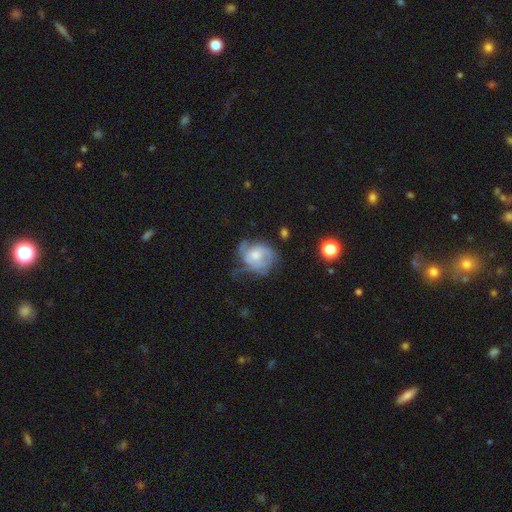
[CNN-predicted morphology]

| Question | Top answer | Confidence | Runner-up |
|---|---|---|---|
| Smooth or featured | featured or disk | 59% | smooth (33%) |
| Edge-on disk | no | 98% | yes (2%) |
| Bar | no | 77% | weak (20%) |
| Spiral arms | yes | 69% | no (31%) |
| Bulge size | moderate | 52% | small (34%) |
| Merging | none | 39% | minor disturbance (30%) |